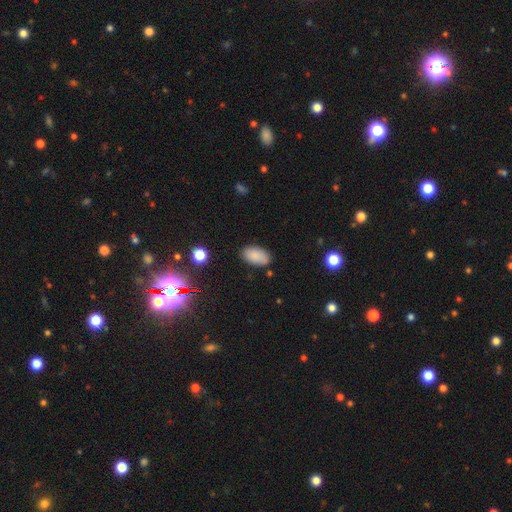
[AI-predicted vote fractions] Smooth or featured? smooth (86%)
How rounded? in between (94%)
Merging? none (83%)